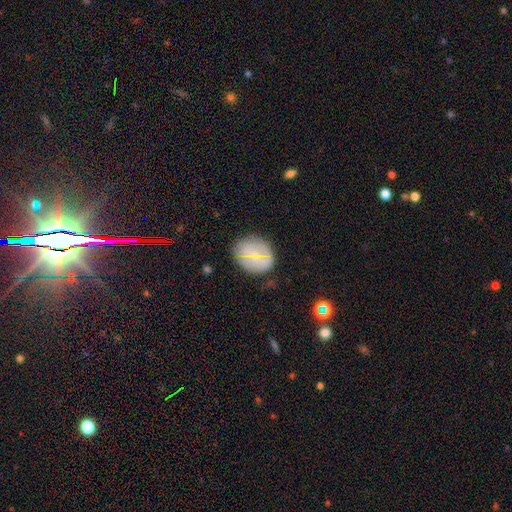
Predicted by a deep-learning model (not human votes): A smooth galaxy with no disk features (57%) that is round (65%). Merging: none (83%).